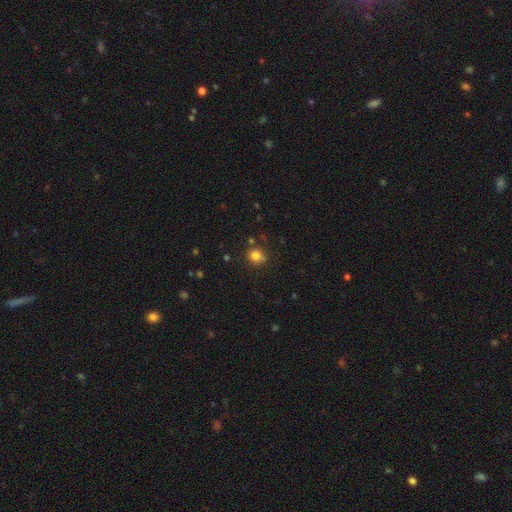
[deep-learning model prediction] smooth 81%, star or artifact 13%, featured or disk 6%. Down the decision tree: how rounded — round (80%); merging — none (74%).